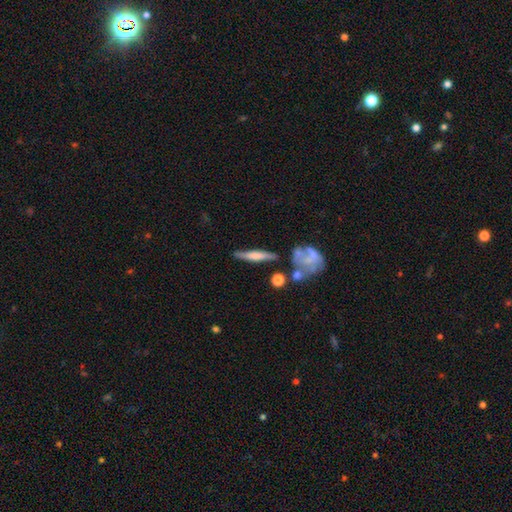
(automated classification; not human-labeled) Q: Smooth or featured?
A: smooth (49%); runner-up: featured or disk (45%)
Q: Merging?
A: none (74%); runner-up: minor disturbance (14%)